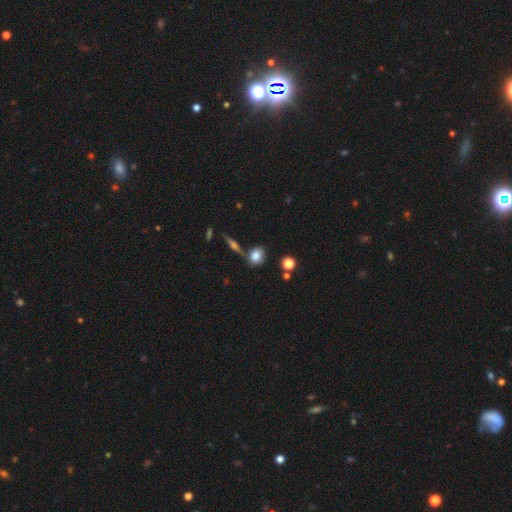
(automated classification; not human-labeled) This appears to be a smooth galaxy with no disk features (79%) that is round (54%). Merging: none (67%).